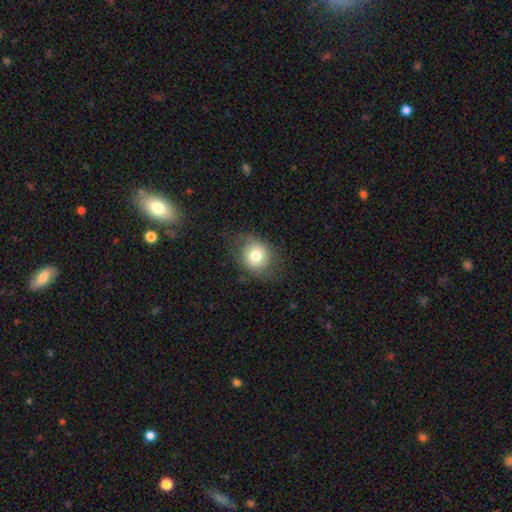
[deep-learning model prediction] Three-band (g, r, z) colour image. It shows a smooth galaxy with no disk features (75%) that is round (74%). Merging: none (73%).